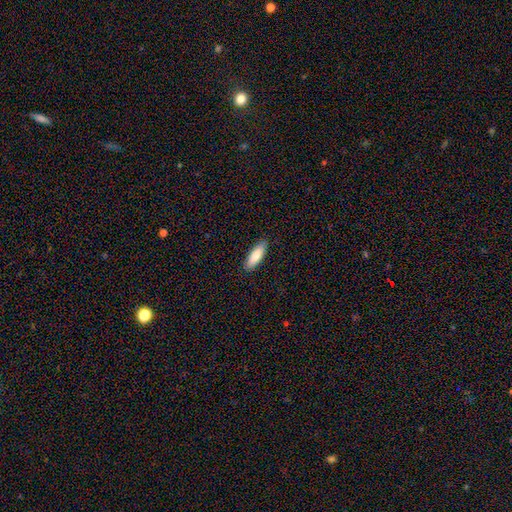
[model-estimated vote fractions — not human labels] Q: Smooth or featured?
A: smooth (81%); runner-up: featured or disk (13%)
Q: How rounded?
A: in between (56%); runner-up: cigar-shaped (42%)
Q: Merging?
A: none (89%); runner-up: minor disturbance (9%)